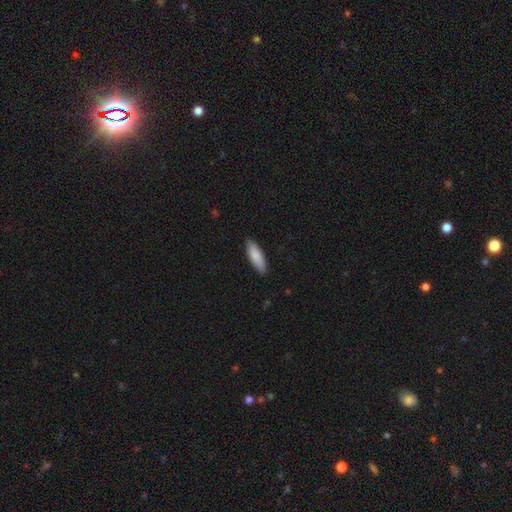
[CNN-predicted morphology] Smooth or featured? smooth (85%)
How rounded? in between (52%)
Merging? none (89%)